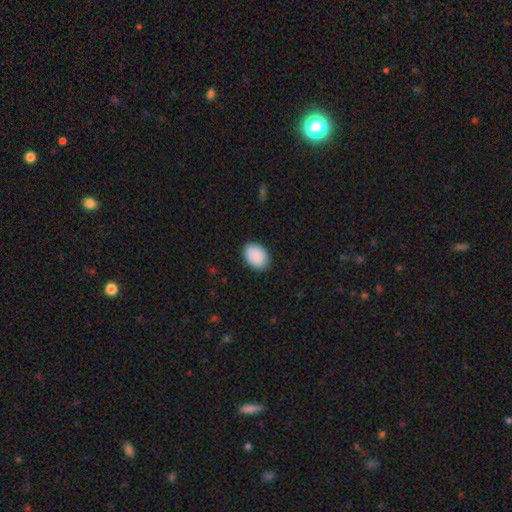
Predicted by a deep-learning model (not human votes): Smooth or featured?
  - smooth: 90% *
  - star or artifact: 6%
  - featured or disk: 3%
How rounded?
  - in between: 75% *
  - round: 24%
  - cigar-shaped: 1%
Merging?
  - none: 86% *
  - minor disturbance: 11%
  - major disturbance: 2%
  - merger: 1%